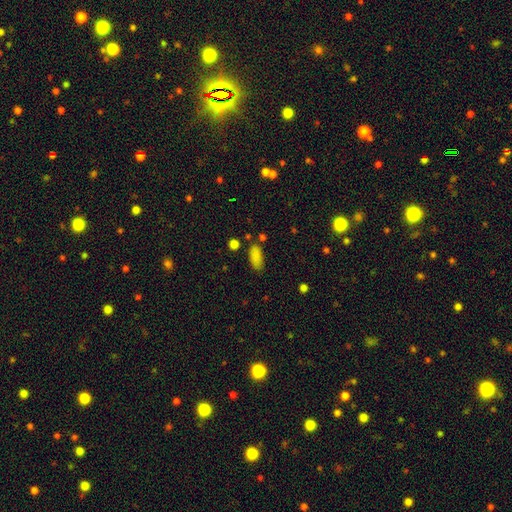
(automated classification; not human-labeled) Morphology: type=smooth (85%); roundness=in between (84%); merging=none (75%).